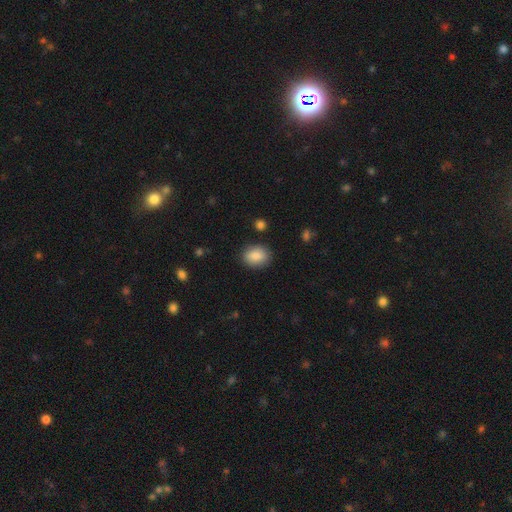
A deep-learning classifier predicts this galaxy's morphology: The model was most divided on "how rounded": in between: 66%, round: 33%, cigar-shaped: 1%. More confident: smooth or featured — smooth (87%); merging — none (86%).